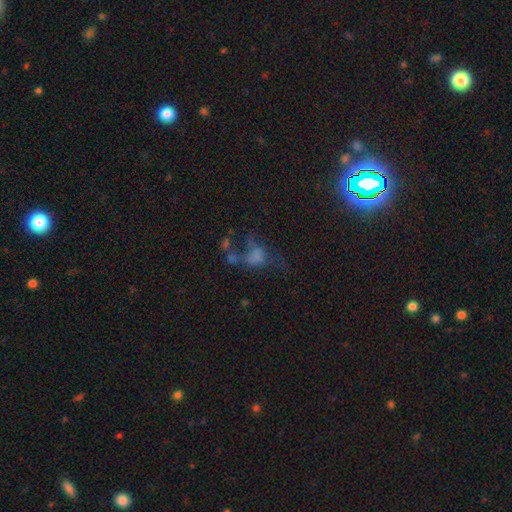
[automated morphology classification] This is possibly a smooth galaxy (50%). How rounded: likely in between (67%). Merging: marginally major disturbance (38%).